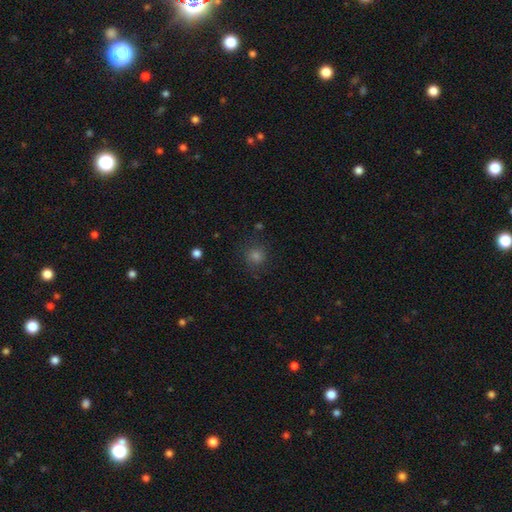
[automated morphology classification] A smooth galaxy with no disk features (67%) that is round (91%).

Vote fractions:
- Smooth or featured? smooth: 67% / star or artifact: 25% / featured or disk: 8%
- How rounded? round: 91% / in between: 8% / cigar-shaped: 1%
- Merging? none: 82% / minor disturbance: 11% / major disturbance: 5% / merger: 2%